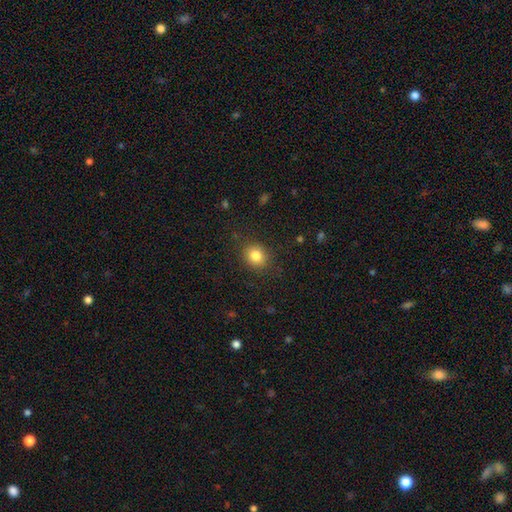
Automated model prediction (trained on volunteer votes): This is clearly a smooth galaxy (82%). How rounded: likely round (75%). Merging: clearly none (87%).